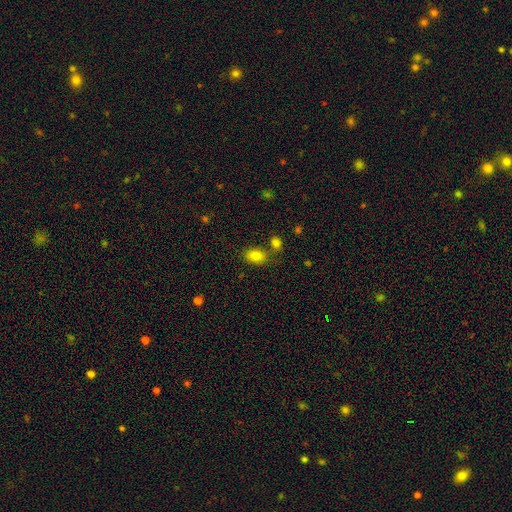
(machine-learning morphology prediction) Q: Smooth or featured?
A: smooth (82%); runner-up: star or artifact (10%)
Q: How rounded?
A: in between (83%); runner-up: round (16%)
Q: Merging?
A: none (71%); runner-up: merger (13%)